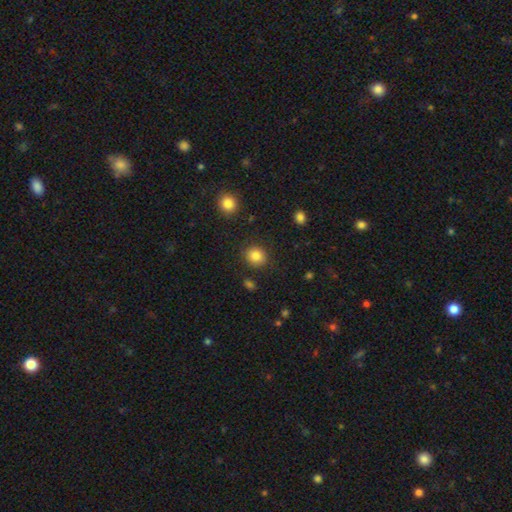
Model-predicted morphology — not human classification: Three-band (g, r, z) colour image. It shows a smooth galaxy with no disk features (84%) that is round (80%). Merging: none (87%).